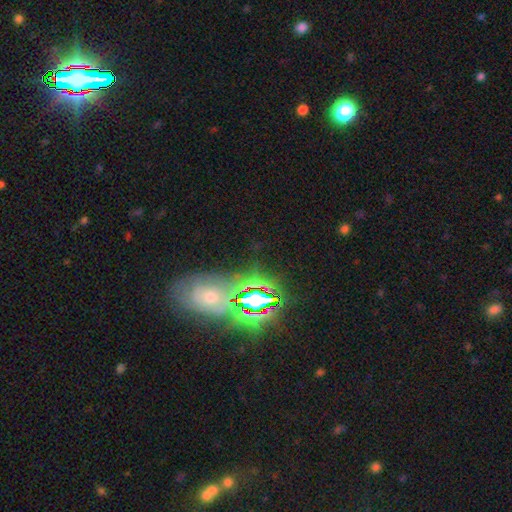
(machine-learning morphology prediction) star or artifact 70%, featured or disk 16%, smooth 14%.